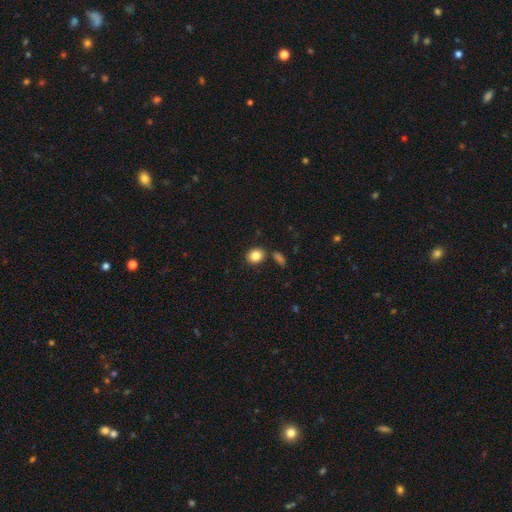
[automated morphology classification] type=smooth (85%); roundness=round (52%); merging=none (78%).